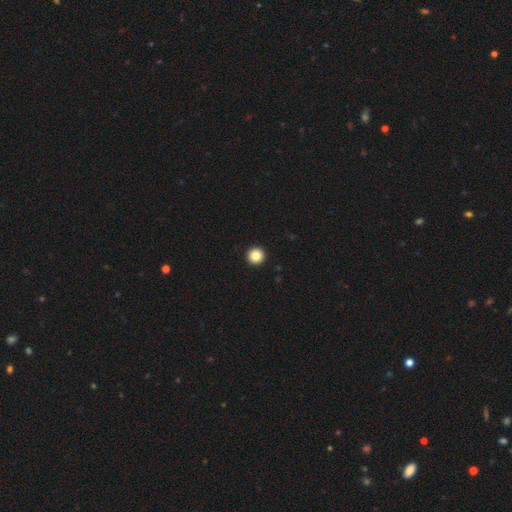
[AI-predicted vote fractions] A smooth galaxy with no disk features (85%) that is round (97%). Merging: none (95%).